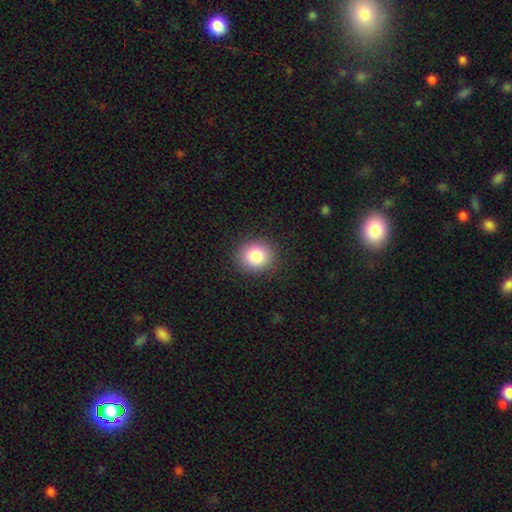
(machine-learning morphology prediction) Smooth or featured? Predicted: smooth (p=0.84). How rounded? Predicted: round (p=0.81). Merging? Predicted: none (p=0.90).